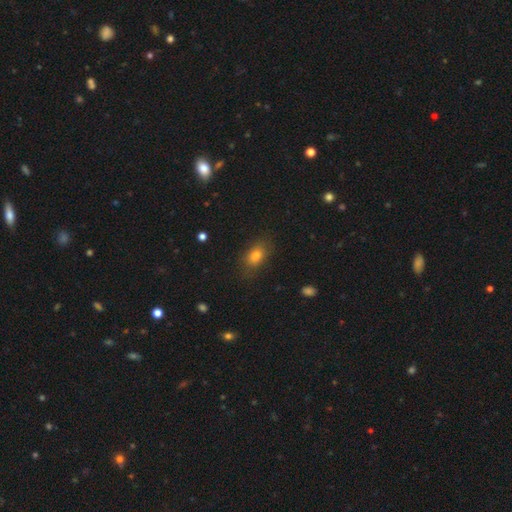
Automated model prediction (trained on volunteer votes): Q: Smooth or featured?
A: smooth (79%); runner-up: star or artifact (11%)
Q: How rounded?
A: in between (78%); runner-up: round (20%)
Q: Merging?
A: none (81%); runner-up: minor disturbance (14%)